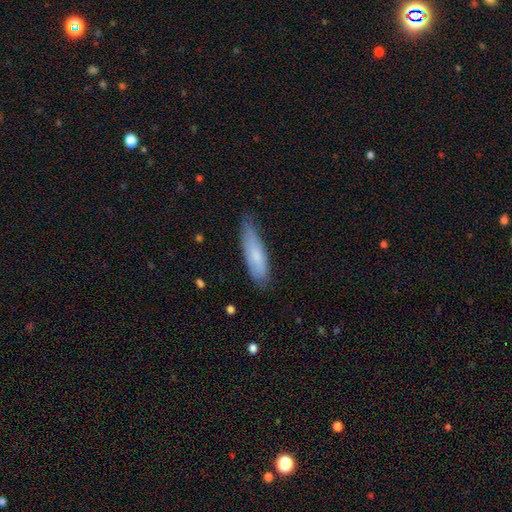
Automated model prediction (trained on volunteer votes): Smooth or featured? smooth (71%)
How rounded? cigar-shaped (60%)
Merging? none (67%)